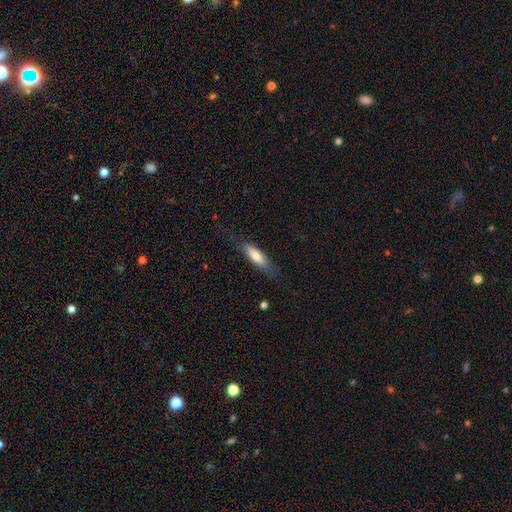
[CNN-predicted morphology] smooth_or_featured: smooth (p=0.72) [alt: featured or disk p=0.22]
how_rounded: cigar-shaped (p=0.51) [alt: in between p=0.47]
merging: none (p=0.71) [alt: minor disturbance p=0.20]